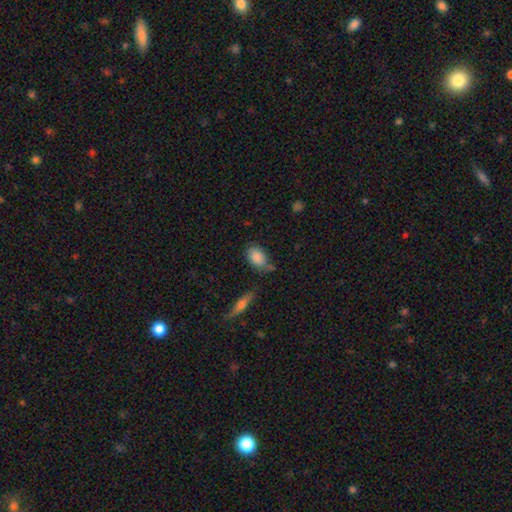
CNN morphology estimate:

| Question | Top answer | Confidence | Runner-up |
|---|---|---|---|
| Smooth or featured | smooth | 82% | featured or disk (9%) |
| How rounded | in between | 83% | round (13%) |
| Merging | none | 66% | minor disturbance (22%) |